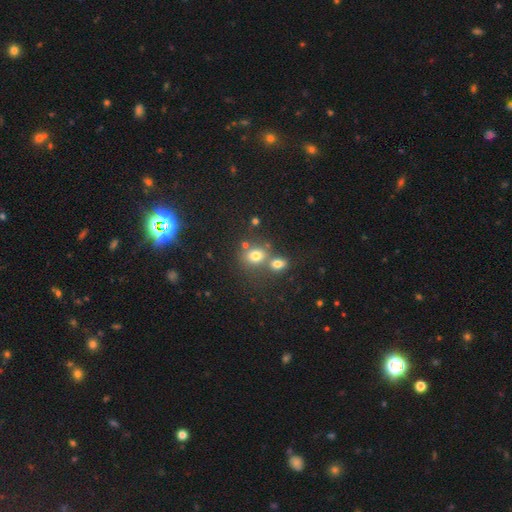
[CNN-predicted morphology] type=smooth (74%); roundness=round (56%); merging=none (47%).